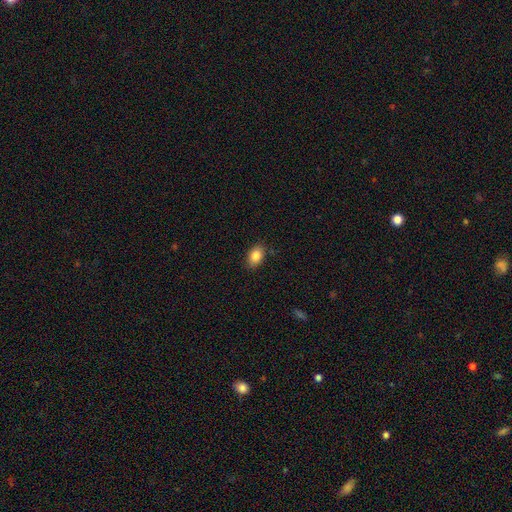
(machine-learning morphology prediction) Smooth or featured: smooth — 86% (star or artifact — 8%)
How rounded: in between — 87% (round — 12%)
Merging: none — 87% (minor disturbance — 10%)